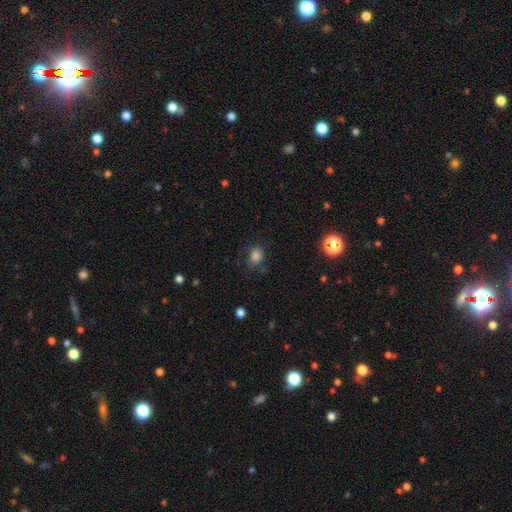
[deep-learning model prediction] A smooth galaxy with no disk features (83%) that is in between round and cigar-shaped (55%).

Vote fractions:
- Smooth or featured? smooth: 83% / star or artifact: 12% / featured or disk: 5%
- How rounded? in between: 55% / round: 44% / cigar-shaped: 1%
- Merging? none: 75% / minor disturbance: 17% / major disturbance: 5% / merger: 3%